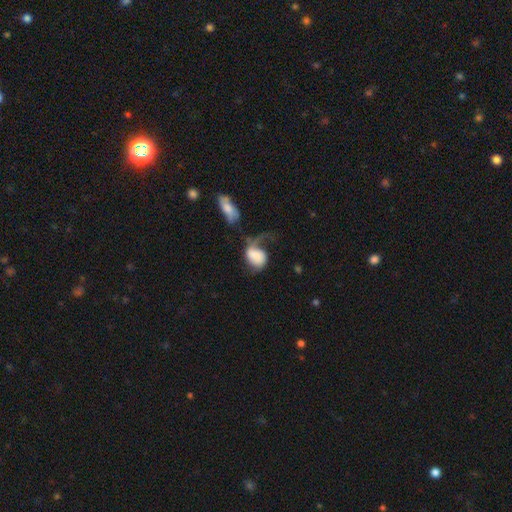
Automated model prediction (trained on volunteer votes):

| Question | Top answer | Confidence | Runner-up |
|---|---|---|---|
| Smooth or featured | smooth | 65% | featured or disk (27%) |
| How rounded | in between | 65% | round (34%) |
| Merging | major disturbance | 49% | none (18%) |